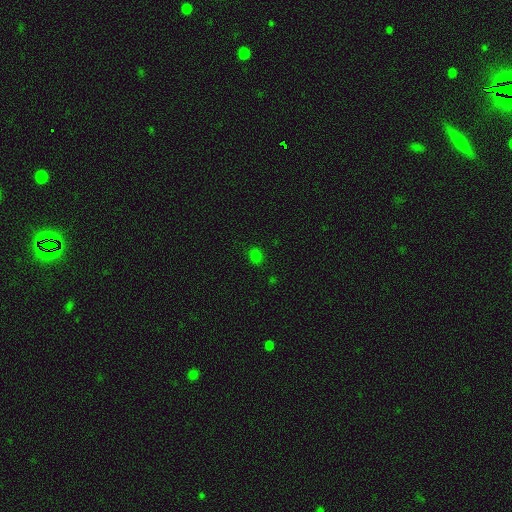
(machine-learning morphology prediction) This is likely a smooth galaxy (77%). How rounded: likely round (64%). Merging: clearly none (88%).